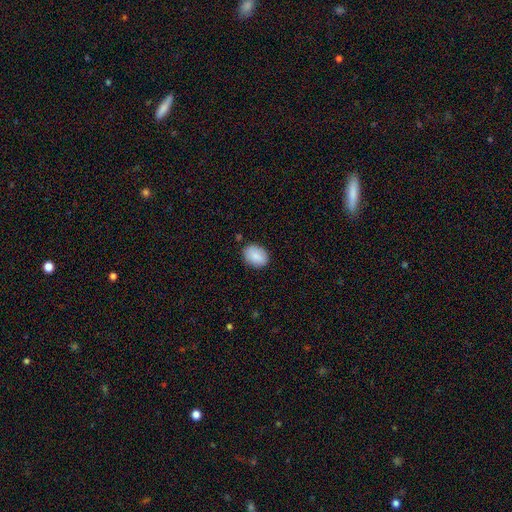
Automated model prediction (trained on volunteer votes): This appears to be a smooth galaxy with no disk features (87%) that is in between round and cigar-shaped (69%). Merging: none (84%).